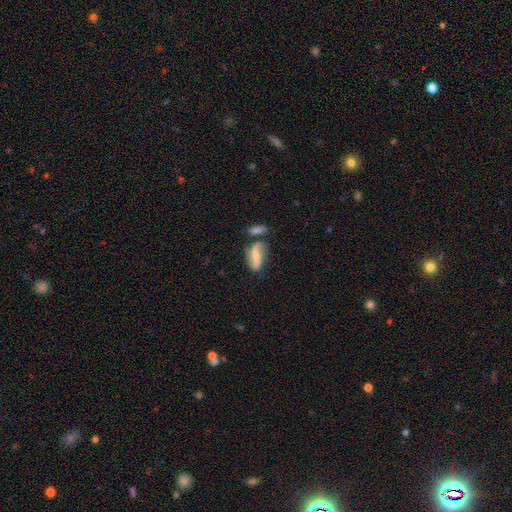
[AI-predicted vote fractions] The model was most divided on "smooth or featured": featured or disk: 54%, smooth: 38%, star or artifact: 8%. Remaining: edge-on disk — no (88%); merging — none (49%).